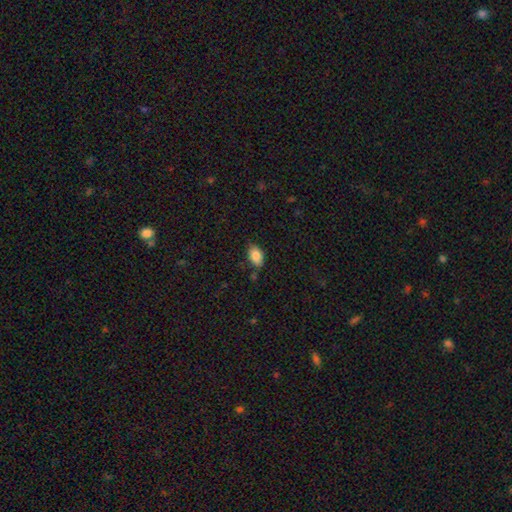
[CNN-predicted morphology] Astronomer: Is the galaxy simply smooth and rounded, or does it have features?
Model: smooth — 85%.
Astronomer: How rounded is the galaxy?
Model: in between — 88%.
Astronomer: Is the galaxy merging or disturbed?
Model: none — 74%.